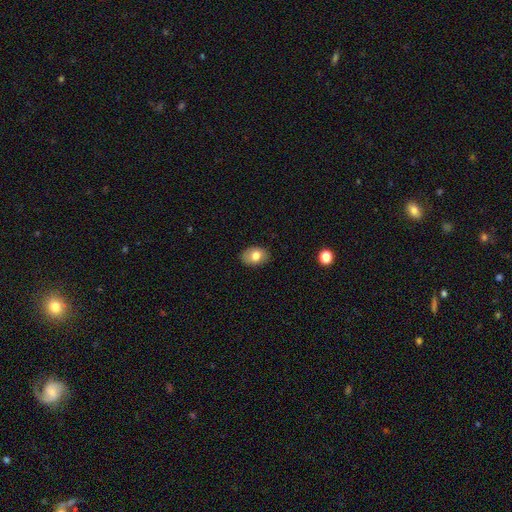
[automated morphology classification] Smooth or featured?
  - smooth: 78% *
  - featured or disk: 14%
  - star or artifact: 8%
How rounded?
  - in between: 79% *
  - round: 20%
  - cigar-shaped: 1%
Merging?
  - none: 86% *
  - minor disturbance: 11%
  - major disturbance: 2%
  - merger: 1%